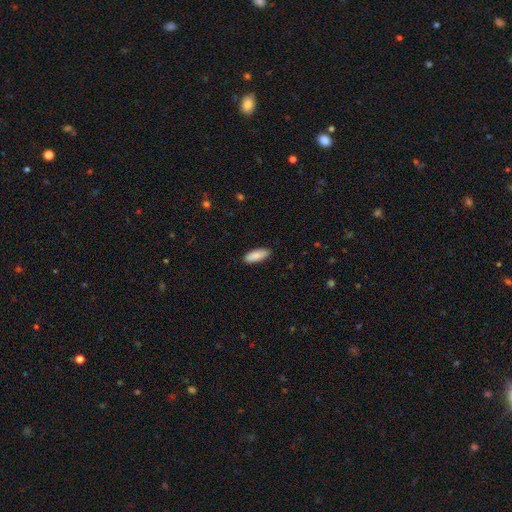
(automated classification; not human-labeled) Smooth or featured? Predicted: smooth (p=0.88). How rounded? Predicted: in between (p=0.72). Merging? Predicted: none (p=0.89).